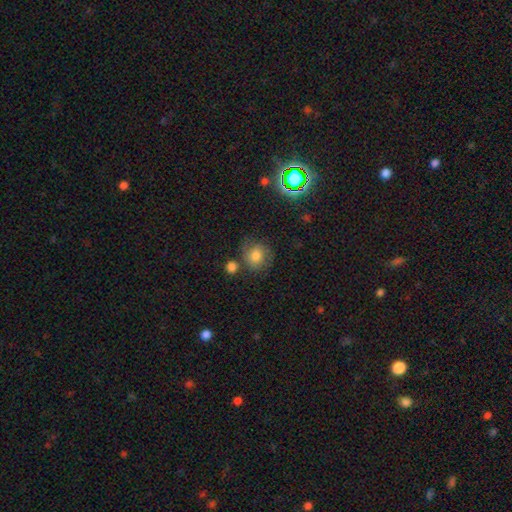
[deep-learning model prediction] A smooth galaxy with no disk features (66%) that is round (80%).

Vote fractions:
- Smooth or featured? smooth: 66% / featured or disk: 22% / star or artifact: 12%
- How rounded? round: 80% / in between: 19% / cigar-shaped: 1%
- Merging? none: 65% / minor disturbance: 19% / major disturbance: 8% / merger: 8%